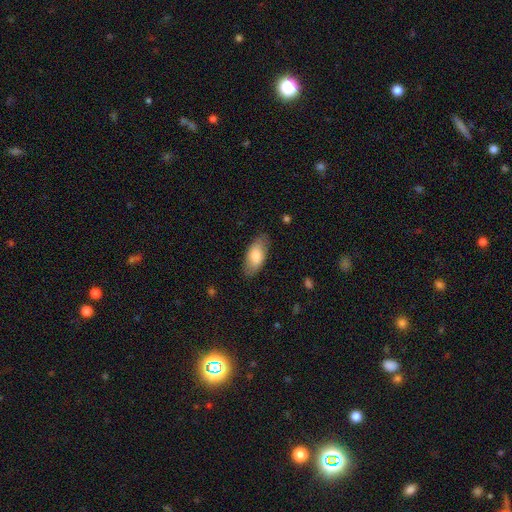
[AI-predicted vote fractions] This is likely a smooth galaxy (78%). How rounded: clearly in between (89%). Merging: clearly none (82%).